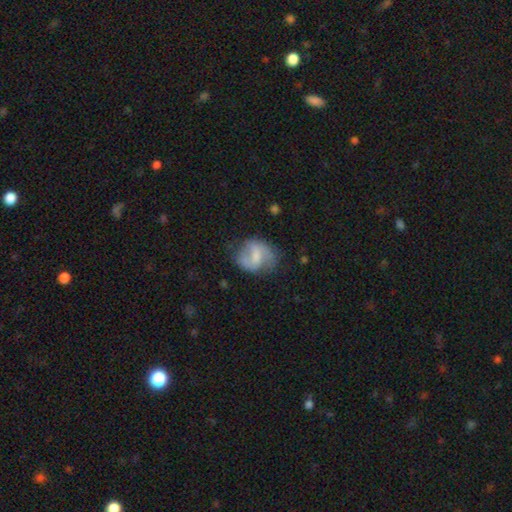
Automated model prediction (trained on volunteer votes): smooth-or-featured: featured or disk: 50% | smooth: 43% | star or artifact: 8%
  merging: none: 54% | minor disturbance: 27% | major disturbance: 17% | merger: 3%